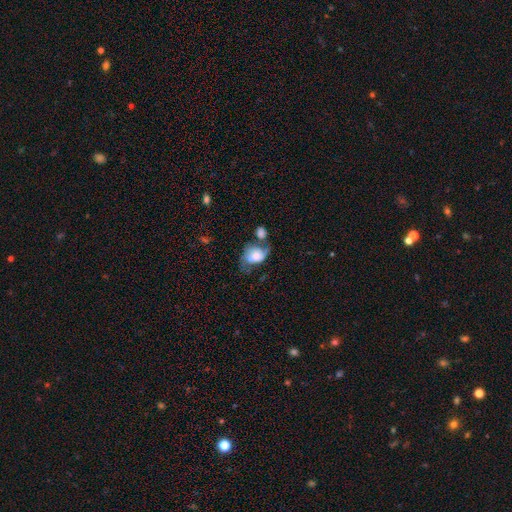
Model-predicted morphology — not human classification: Smooth or featured: smooth — 50% (featured or disk — 41%)
How rounded: in between — 63% (round — 35%)
Merging: none — 29% (merger — 25%)